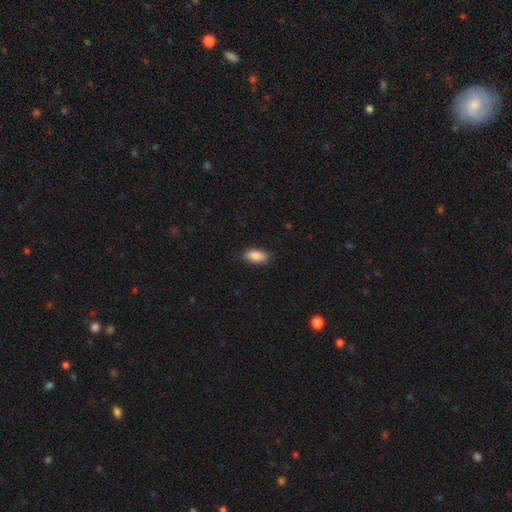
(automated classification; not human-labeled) The model was most divided on "merging": none: 84%, minor disturbance: 13%, major disturbance: 2%, merger: 1%. More confident: how rounded — in between (91%); smooth or featured — smooth (88%).